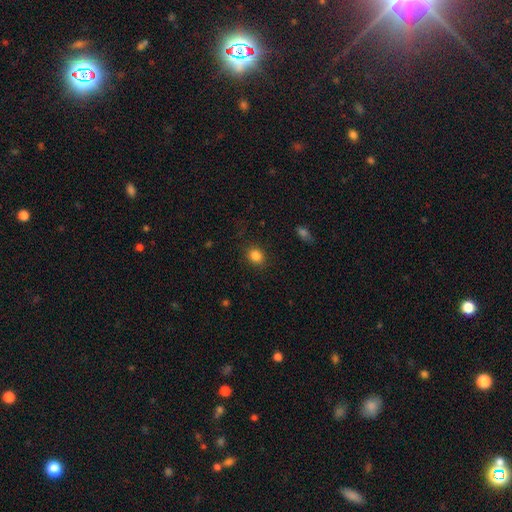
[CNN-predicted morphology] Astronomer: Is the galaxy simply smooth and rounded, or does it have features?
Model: smooth — 85%.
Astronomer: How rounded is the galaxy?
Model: round — 66%.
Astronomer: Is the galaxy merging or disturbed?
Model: none — 86%.